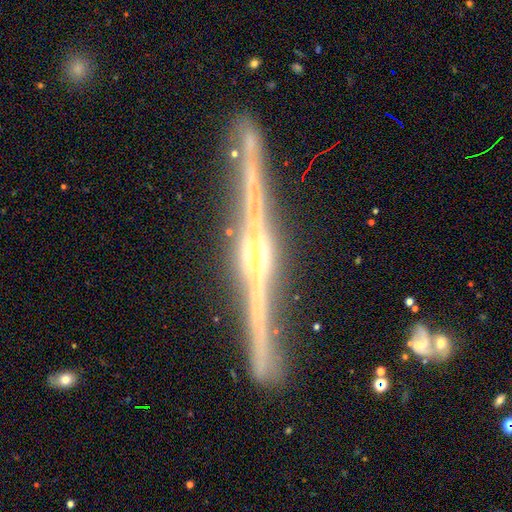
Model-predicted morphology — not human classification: Overall: featured or disk (91%). Edge-on disk: yes (98%). Edge-on bulge: rounded (87%). Merging: none (89%).